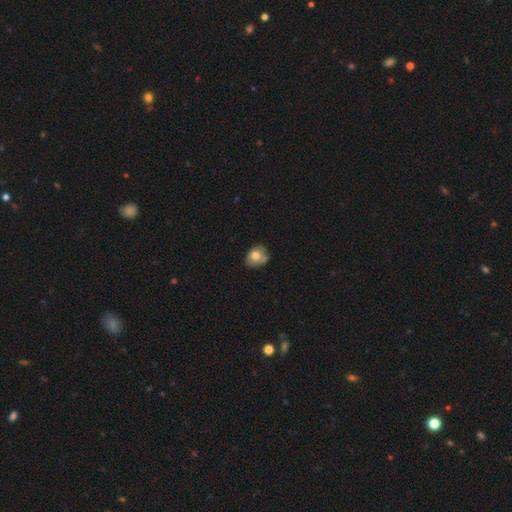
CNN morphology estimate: Overall: smooth (69%). How rounded: round (55%; in between 44%). Merging: none (57%; minor disturbance 29%).